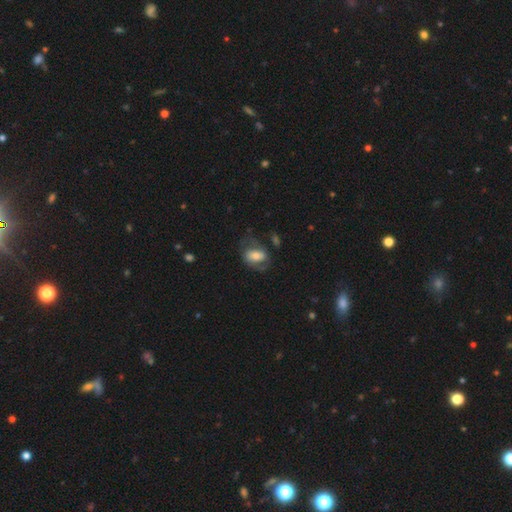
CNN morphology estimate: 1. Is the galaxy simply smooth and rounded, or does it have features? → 48% featured or disk, 45% smooth, 7% star or artifact.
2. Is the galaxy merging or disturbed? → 52% none, 23% major disturbance, 22% minor disturbance, 3% merger.